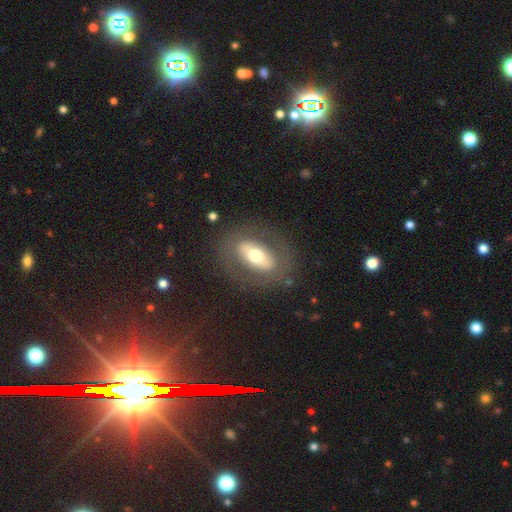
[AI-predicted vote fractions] Smooth or featured? smooth (47%)
Merging? none (79%)